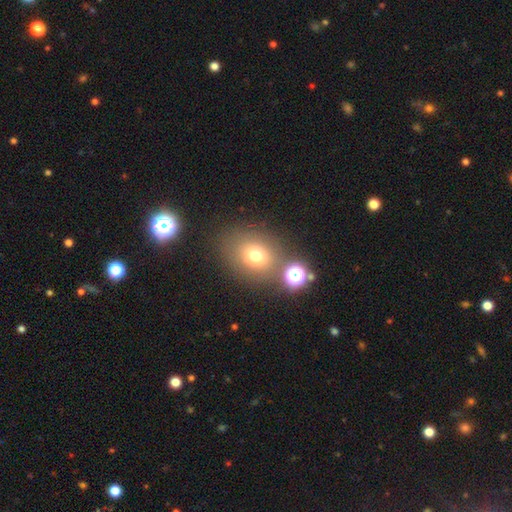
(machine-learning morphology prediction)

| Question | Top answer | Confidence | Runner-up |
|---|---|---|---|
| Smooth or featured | smooth | 71% | star or artifact (17%) |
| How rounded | round | 59% | in between (40%) |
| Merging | none | 71% | minor disturbance (13%) |